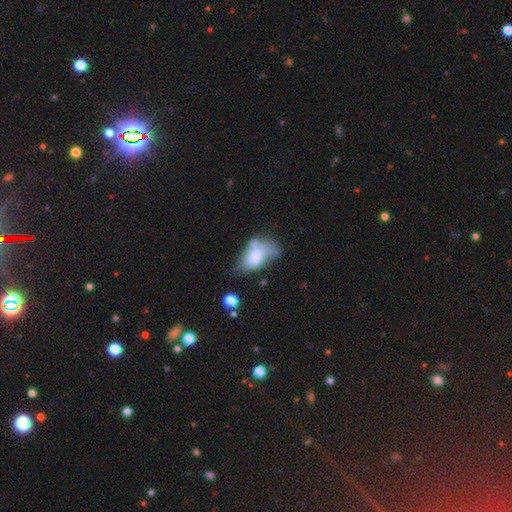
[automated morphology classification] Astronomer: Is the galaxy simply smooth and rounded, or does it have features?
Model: smooth — 59%.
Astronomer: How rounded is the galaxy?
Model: in between — 89%.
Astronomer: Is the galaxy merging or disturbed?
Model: major disturbance — 31% (runner-up: minor disturbance, 28%).